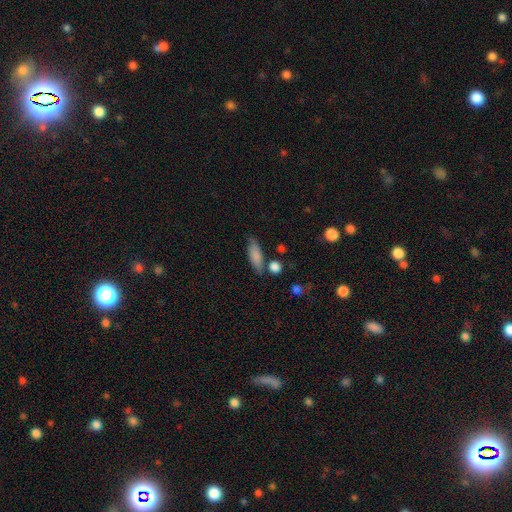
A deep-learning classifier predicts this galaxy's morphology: smooth 82%, featured or disk 10%, star or artifact 7%. Down the decision tree: how rounded — in between (60%); merging — none (71%).